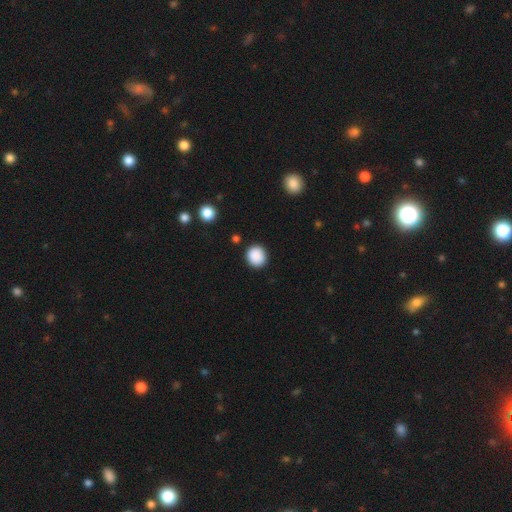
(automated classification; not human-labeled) Smooth or featured? smooth (89%)
How rounded? round (85%)
Merging? none (88%)